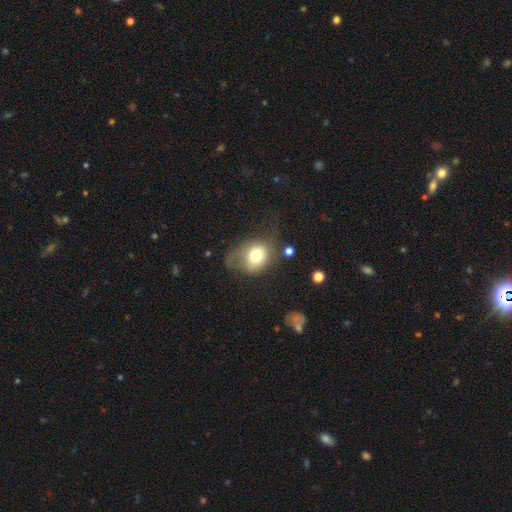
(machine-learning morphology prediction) Smooth or featured?
  - smooth: 70% *
  - featured or disk: 21%
  - star or artifact: 10%
How rounded?
  - round: 52% *
  - in between: 47%
  - cigar-shaped: 1%
Merging?
  - major disturbance: 34% *
  - none: 33%
  - minor disturbance: 29%
  - merger: 4%